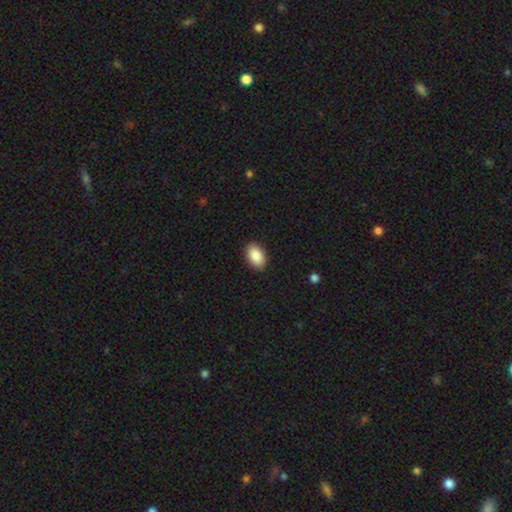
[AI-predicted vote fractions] Q: Smooth or featured?
A: smooth (88%); runner-up: star or artifact (7%)
Q: How rounded?
A: in between (91%); runner-up: round (8%)
Q: Merging?
A: none (90%); runner-up: minor disturbance (7%)